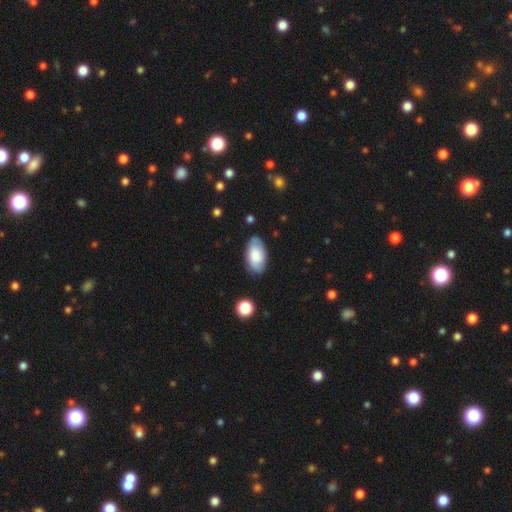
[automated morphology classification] Smooth or featured?
  - smooth: 62% *
  - featured or disk: 31%
  - star or artifact: 7%
How rounded?
  - in between: 94% *
  - round: 3%
  - cigar-shaped: 2%
Merging?
  - none: 82% *
  - minor disturbance: 14%
  - major disturbance: 3%
  - merger: 2%